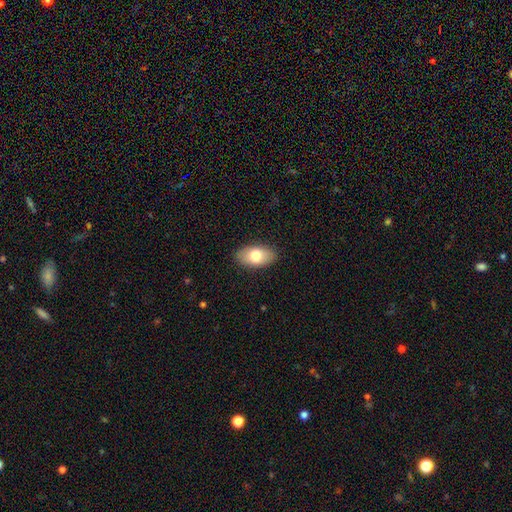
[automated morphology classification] smooth_or_featured: smooth (p=0.75) [alt: featured or disk p=0.18]
how_rounded: in between (p=0.93) [alt: round p=0.04]
merging: none (p=0.88) [alt: minor disturbance p=0.09]